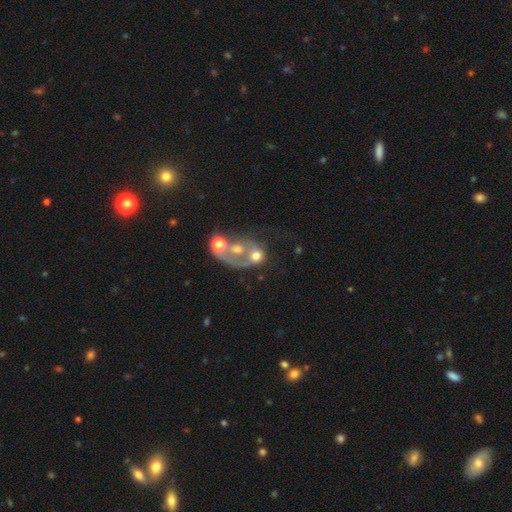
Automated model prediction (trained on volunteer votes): Smooth or featured: featured or disk — 44% (smooth — 43%)
Merging: merger — 65% (major disturbance — 17%)